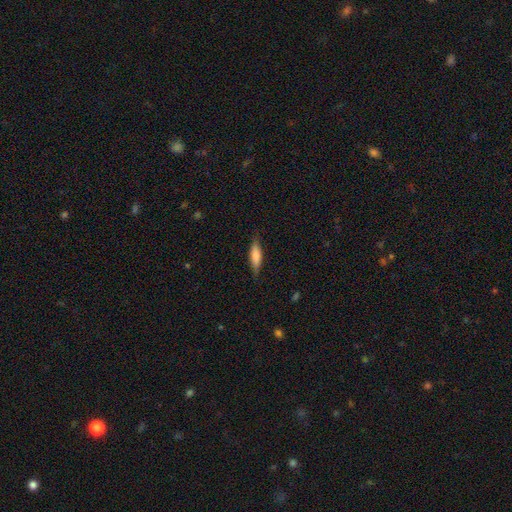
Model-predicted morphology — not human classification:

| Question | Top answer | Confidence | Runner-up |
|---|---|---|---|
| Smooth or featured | smooth | 71% | featured or disk (23%) |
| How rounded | cigar-shaped | 64% | in between (34%) |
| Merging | none | 82% | minor disturbance (14%) |